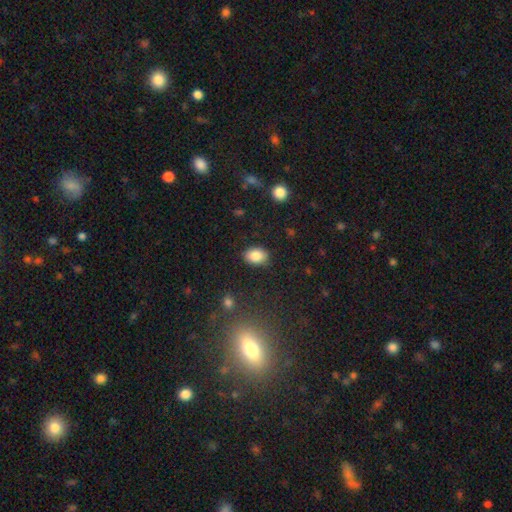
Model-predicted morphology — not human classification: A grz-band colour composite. It shows a smooth galaxy with no disk features (86%) that is in between round and cigar-shaped (78%). Merging: none (86%).